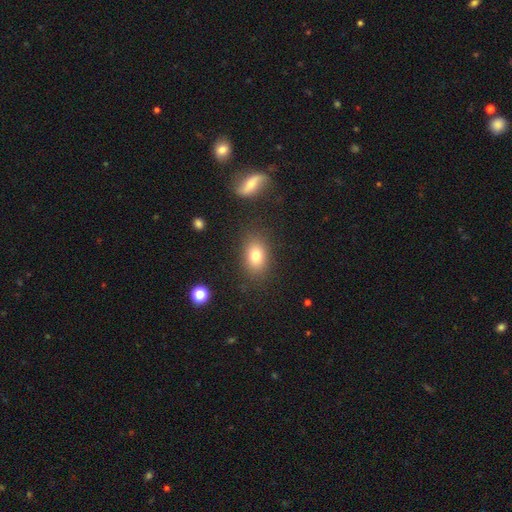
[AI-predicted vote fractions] Smooth or featured? smooth (78%)
How rounded? in between (76%)
Merging? none (84%)